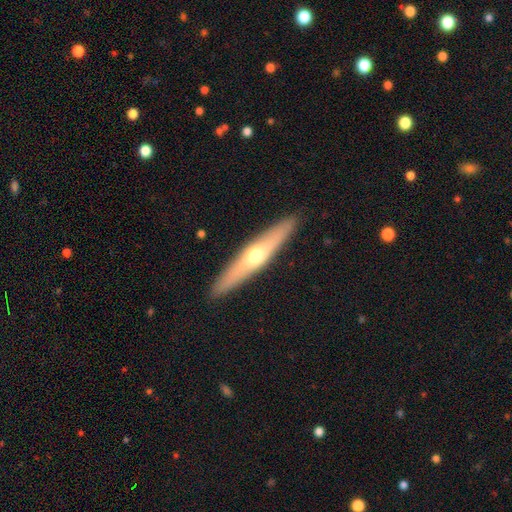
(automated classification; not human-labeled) Morphology: type=featured or disk (55%); edge-on=yes (89%); merging=none (91%).